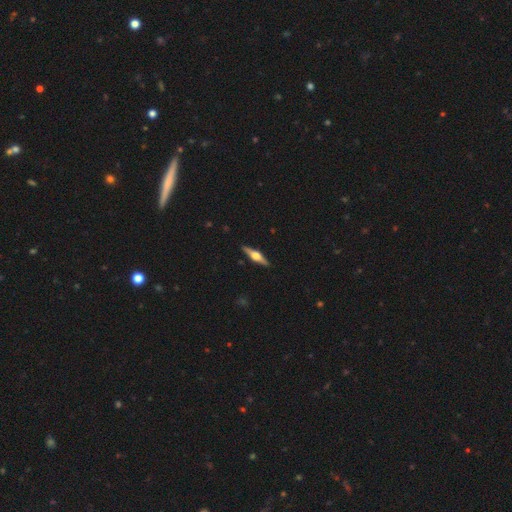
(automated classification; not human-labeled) Overall: featured or disk (74%). Edge-on disk: yes (98%). Edge-on bulge: rounded (93%). Merging: none (91%).